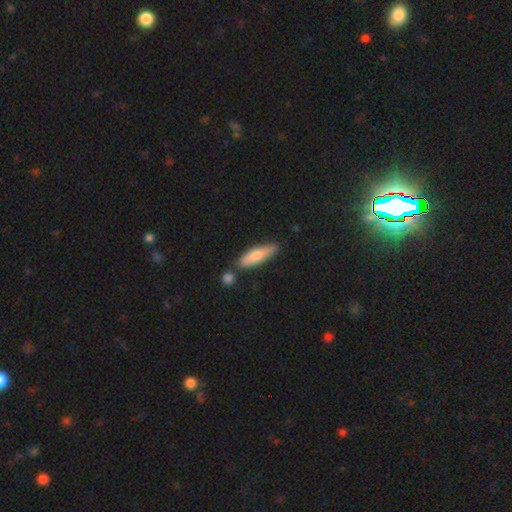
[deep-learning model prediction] This is likely a smooth galaxy (78%). How rounded: likely cigar-shaped (63%). Merging: likely none (68%).